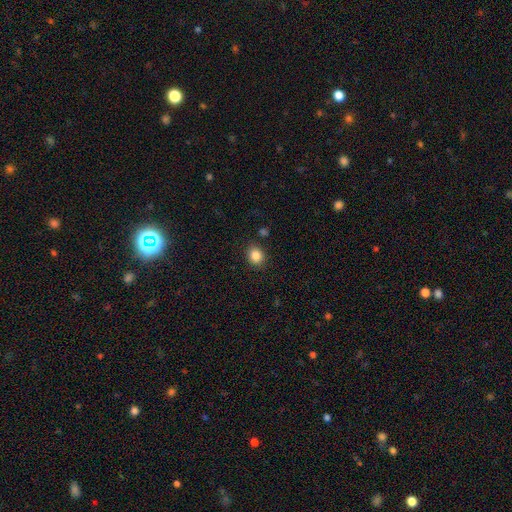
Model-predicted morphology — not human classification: smooth 85%, star or artifact 10%, featured or disk 5%. Down the decision tree: how rounded — round (65%); merging — none (87%).